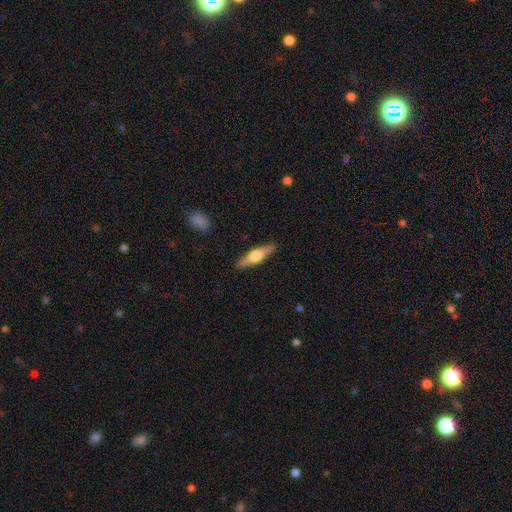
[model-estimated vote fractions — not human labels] This is possibly a featured or disk galaxy (58%). It is clearly viewed edge-on (95%). Edge-on bulge: clearly rounded (93%). Merging: clearly none (90%).